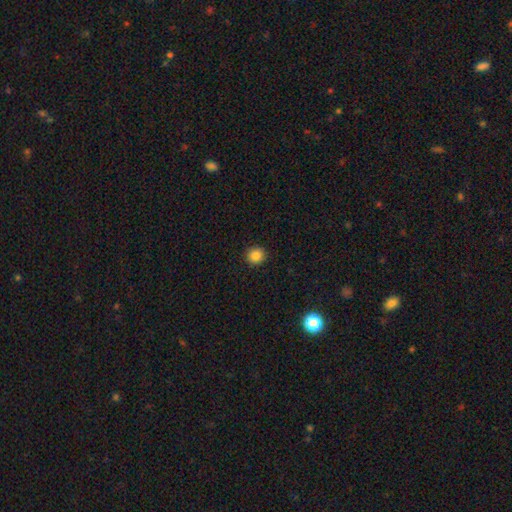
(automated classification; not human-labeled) Smooth or featured? Predicted: smooth (p=0.86). How rounded? Predicted: round (p=0.93). Merging? Predicted: none (p=0.93).